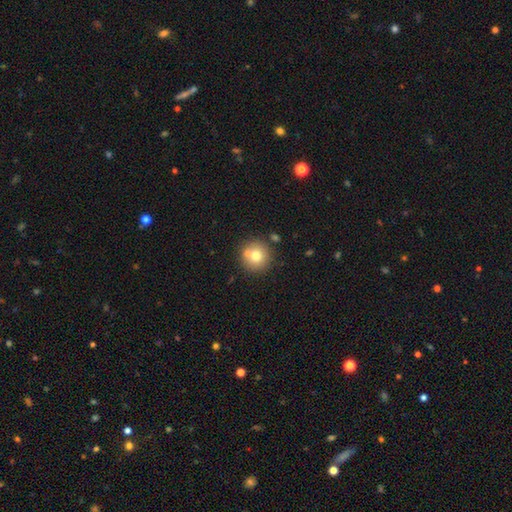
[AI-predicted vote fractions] smooth-or-featured: smooth: 74% | featured or disk: 15% | star or artifact: 11%
  how-rounded: round: 95% | in between: 4% | cigar-shaped: 1%
  merging: none: 76% | merger: 12% | minor disturbance: 9% | major disturbance: 3%